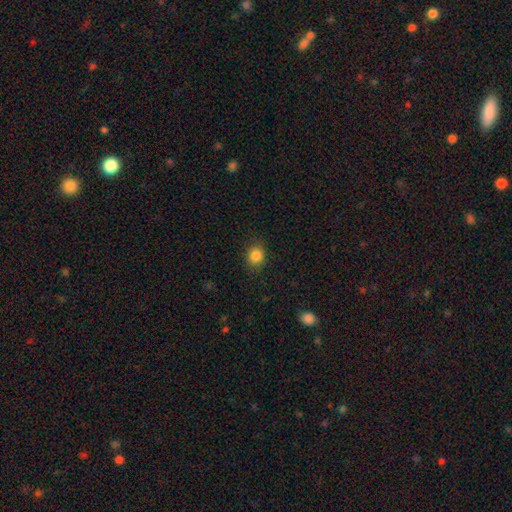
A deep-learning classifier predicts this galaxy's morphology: smooth-or-featured: smooth: 85% | star or artifact: 10% | featured or disk: 4%
  how-rounded: round: 68% | in between: 31% | cigar-shaped: 1%
  merging: none: 86% | minor disturbance: 10% | major disturbance: 3% | merger: 1%